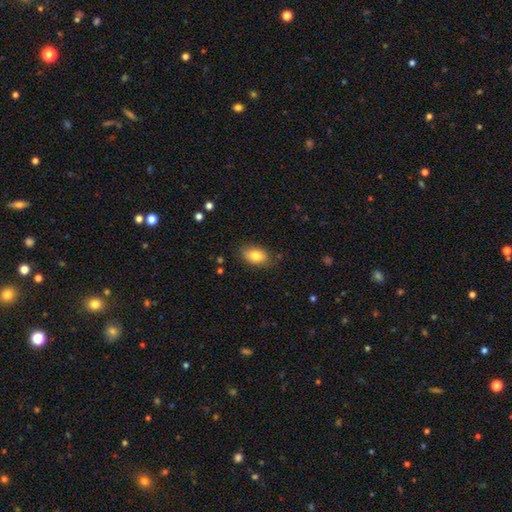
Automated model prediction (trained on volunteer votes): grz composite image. It shows a smooth galaxy with no disk features (80%) that is in between round and cigar-shaped (88%). Merging: none (82%).